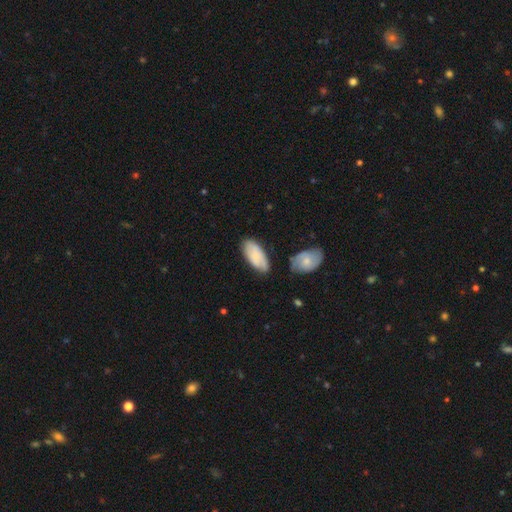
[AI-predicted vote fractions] Morphology: type=smooth (71%); roundness=in between (91%); merging=none (68%).